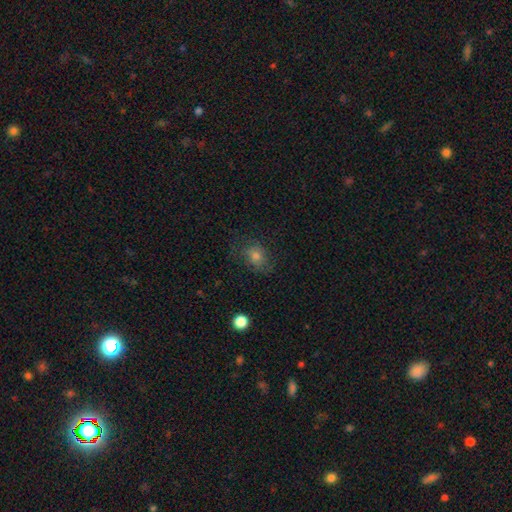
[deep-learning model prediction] A smooth galaxy with no disk features (64%) that is round (56%). Merging: none (69%).